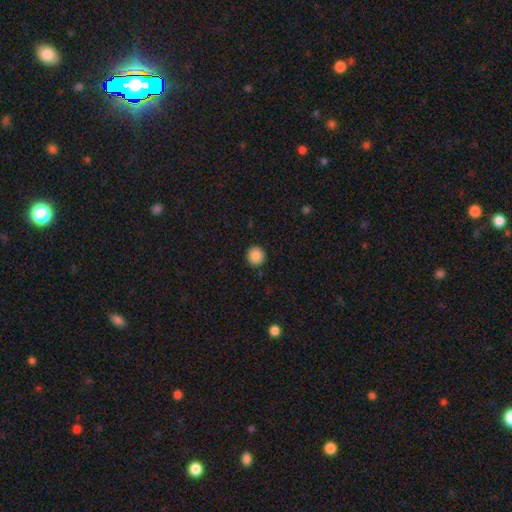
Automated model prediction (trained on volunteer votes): smooth 88%, star or artifact 9%, featured or disk 3%. Down the decision tree: how rounded — round (95%); merging — none (92%).